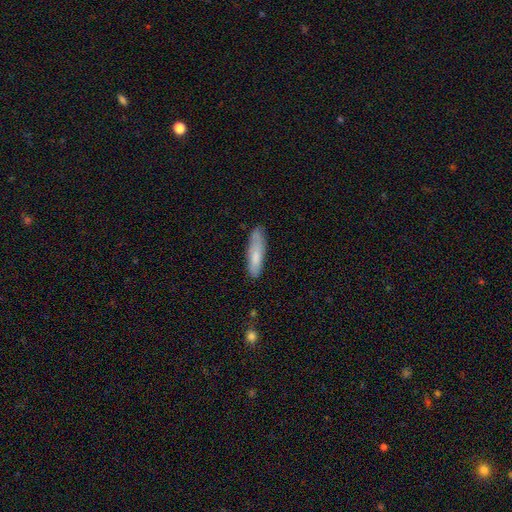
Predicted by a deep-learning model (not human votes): A smooth galaxy with no disk features (76%) that is cigar-shaped (73%).

Vote fractions:
- Smooth or featured? smooth: 76% / featured or disk: 18% / star or artifact: 6%
- How rounded? cigar-shaped: 73% / in between: 25% / round: 2%
- Merging? none: 77% / minor disturbance: 18% / major disturbance: 3% / merger: 2%